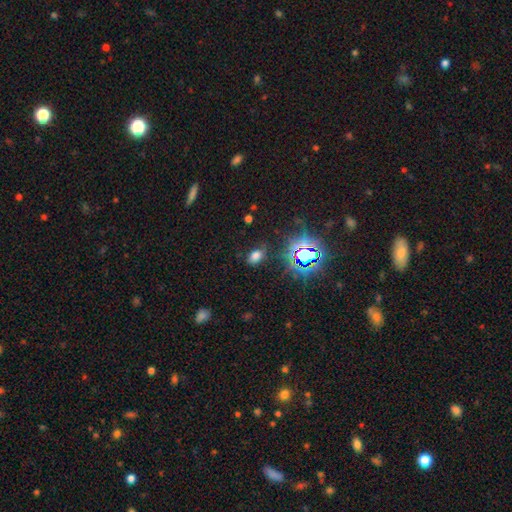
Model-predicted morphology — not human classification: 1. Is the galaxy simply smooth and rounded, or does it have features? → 64% smooth, 28% star or artifact, 8% featured or disk.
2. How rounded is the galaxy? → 83% in between, 15% round, 2% cigar-shaped.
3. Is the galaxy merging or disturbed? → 78% none, 15% minor disturbance, 6% major disturbance, 2% merger.